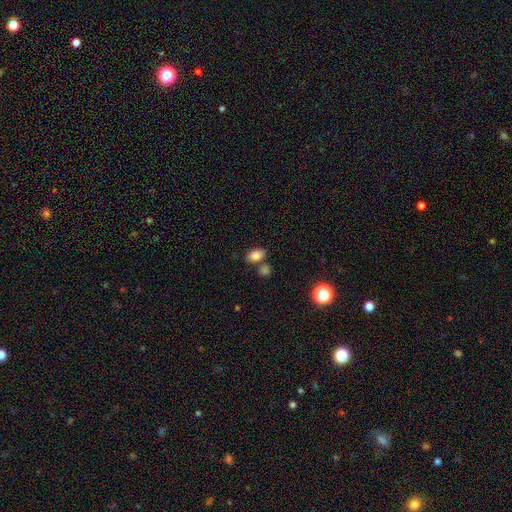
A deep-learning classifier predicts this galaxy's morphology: Smooth or featured: smooth — 82% (star or artifact — 10%)
How rounded: in between — 86% (round — 12%)
Merging: none — 64% (merger — 18%)